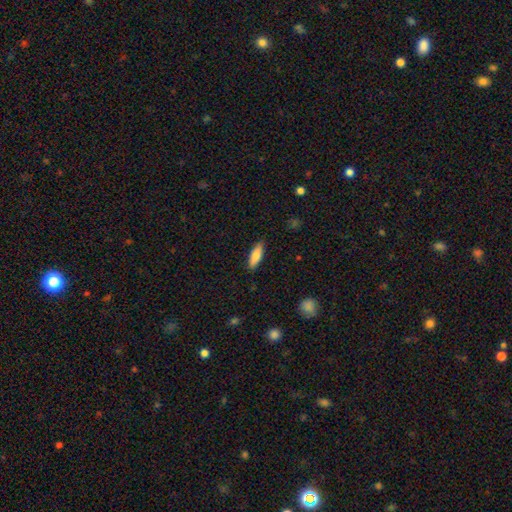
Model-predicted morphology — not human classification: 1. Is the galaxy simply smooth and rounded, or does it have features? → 79% smooth, 15% featured or disk, 6% star or artifact.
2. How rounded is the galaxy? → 49% in between (tied), 49% cigar-shaped (tied), 2% round.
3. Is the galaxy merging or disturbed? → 87% none, 10% minor disturbance, 2% major disturbance, 1% merger.